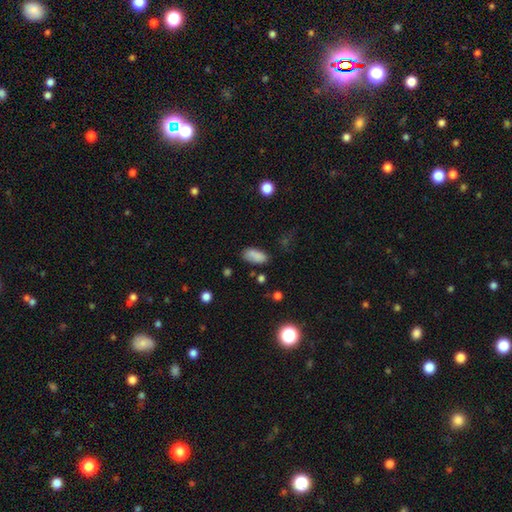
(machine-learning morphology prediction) This is clearly a smooth galaxy (87%). How rounded: clearly in between (89%). Merging: likely none (78%).